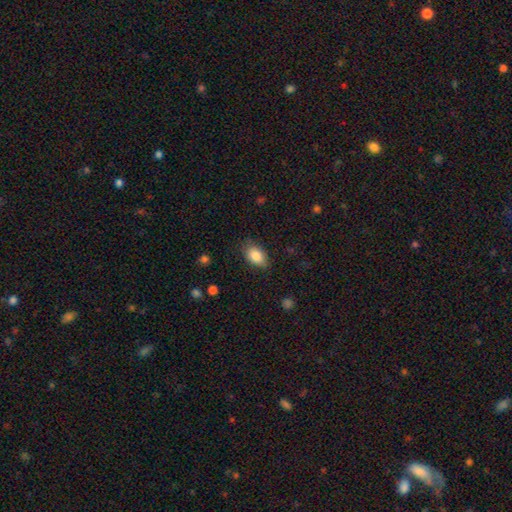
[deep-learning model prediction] Smooth or featured: smooth — 86% (star or artifact — 7%)
How rounded: in between — 88% (round — 11%)
Merging: none — 81% (minor disturbance — 15%)